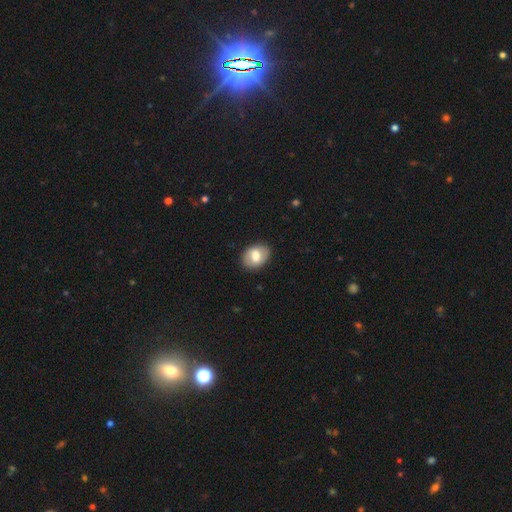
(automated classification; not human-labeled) Smooth or featured? Predicted: smooth (p=0.67). How rounded? Predicted: in between (p=0.76). Merging? Predicted: none (p=0.85).